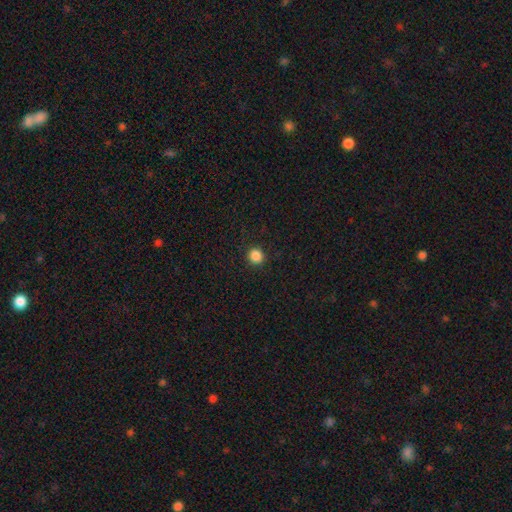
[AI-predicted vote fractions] Morphology: type=smooth (86%); roundness=round (87%); merging=none (91%).